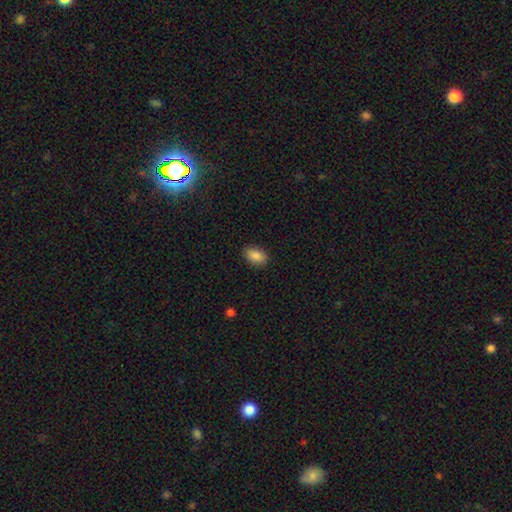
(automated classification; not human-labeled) Morphology: type=smooth (88%); roundness=in between (88%); merging=none (86%).